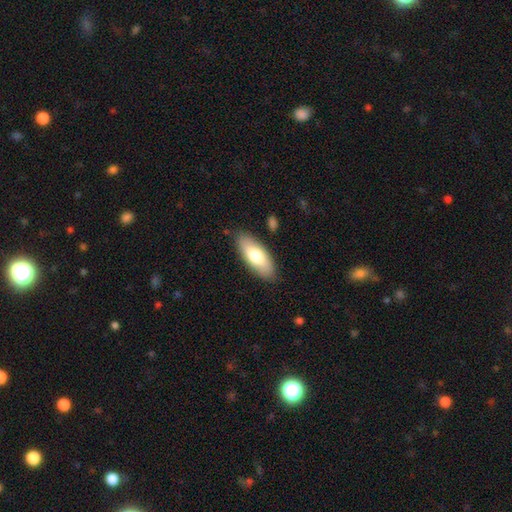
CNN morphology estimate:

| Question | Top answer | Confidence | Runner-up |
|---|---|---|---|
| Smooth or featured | smooth | 73% | featured or disk (22%) |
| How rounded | in between | 80% | cigar-shaped (18%) |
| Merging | none | 85% | minor disturbance (11%) |